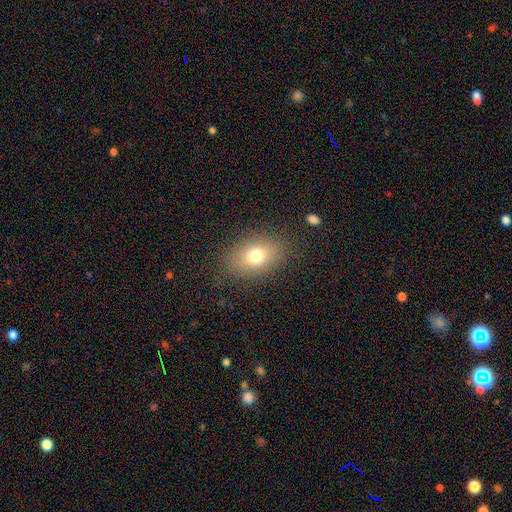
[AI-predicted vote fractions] A smooth galaxy with no disk features (75%) that is in between round and cigar-shaped (79%). Merging: none (83%).